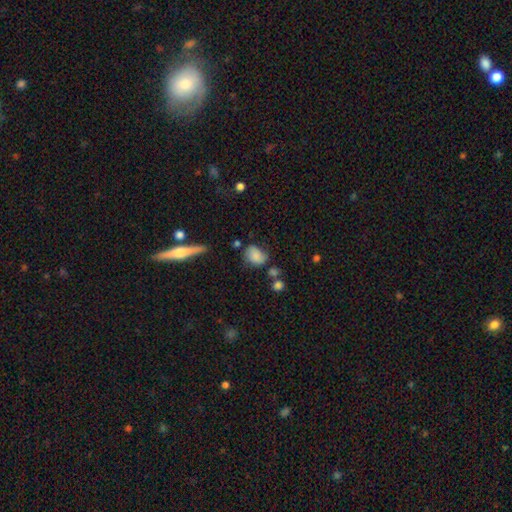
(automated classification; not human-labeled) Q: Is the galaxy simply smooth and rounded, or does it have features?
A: smooth — 75%.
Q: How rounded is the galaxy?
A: in between — 66%.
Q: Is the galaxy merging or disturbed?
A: none — 53%.